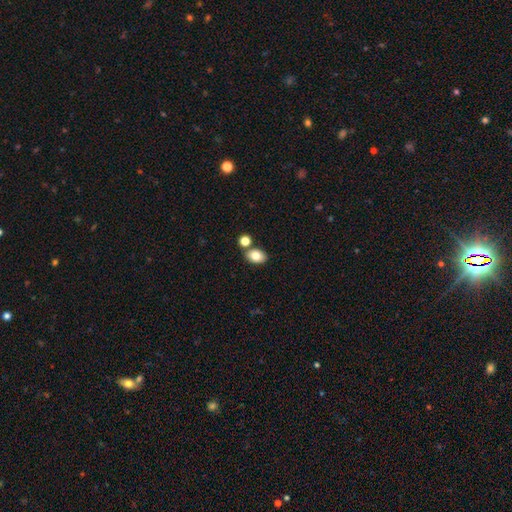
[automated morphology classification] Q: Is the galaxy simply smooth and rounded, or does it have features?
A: smooth — 81%.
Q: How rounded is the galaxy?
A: in between — 78%.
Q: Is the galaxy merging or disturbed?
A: none — 74%.